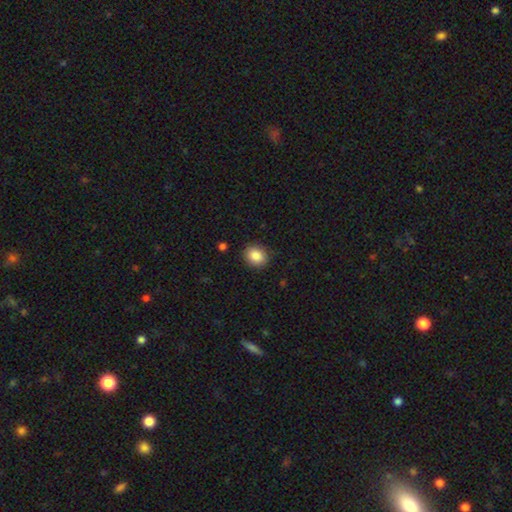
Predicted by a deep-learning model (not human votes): Smooth or featured? smooth (87%)
How rounded? round (66%)
Merging? none (87%)